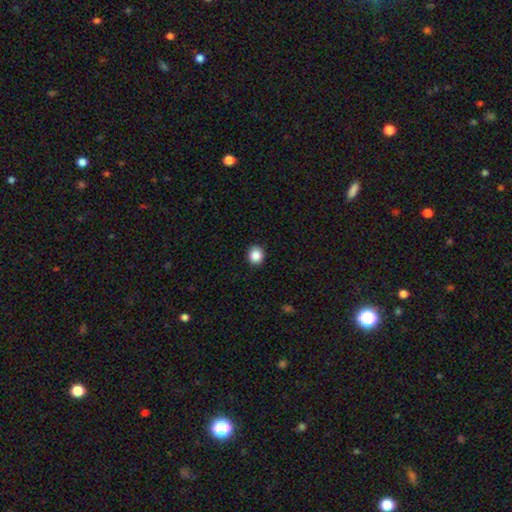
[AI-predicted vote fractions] Overall: smooth (87%). How rounded: round (83%). Merging: none (91%).